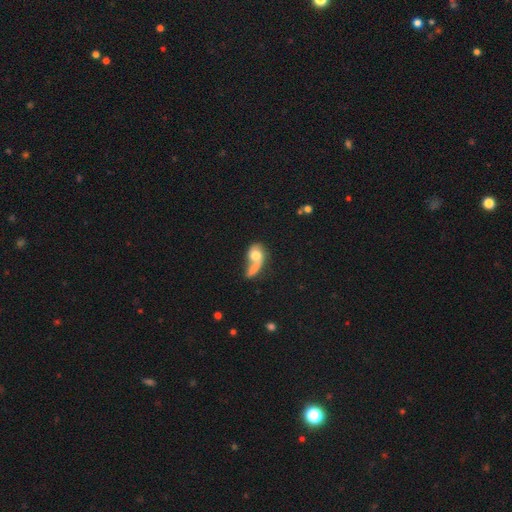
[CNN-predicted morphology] The model was most divided on "how rounded": in between: 55%, round: 40%, cigar-shaped: 6%. Remaining: smooth or featured — smooth (59%); merging — merger (47%).